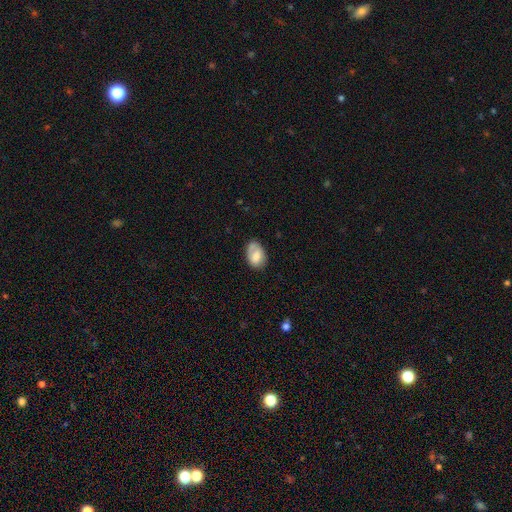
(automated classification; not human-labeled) Morphology: type=smooth (75%); roundness=in between (86%); merging=none (62%).